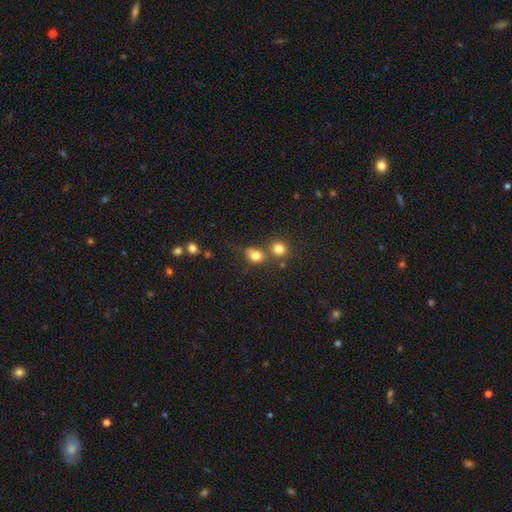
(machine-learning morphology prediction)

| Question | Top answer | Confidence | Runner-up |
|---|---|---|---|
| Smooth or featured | smooth | 79% | star or artifact (13%) |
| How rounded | round | 57% | in between (41%) |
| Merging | none | 47% | merger (33%) |